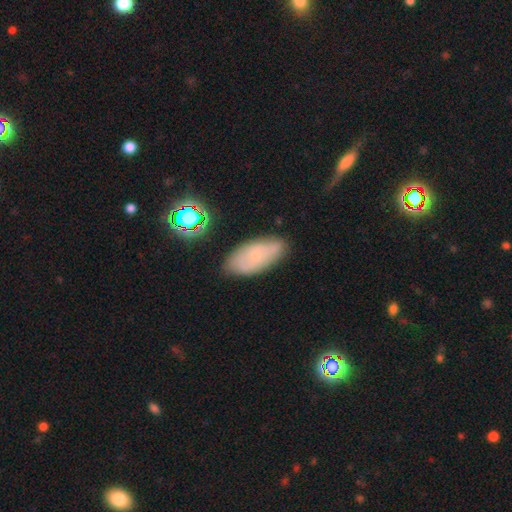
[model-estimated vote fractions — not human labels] smooth 62%, featured or disk 27%, star or artifact 11%. Down the decision tree: how rounded — in between (90%); merging — none (78%).